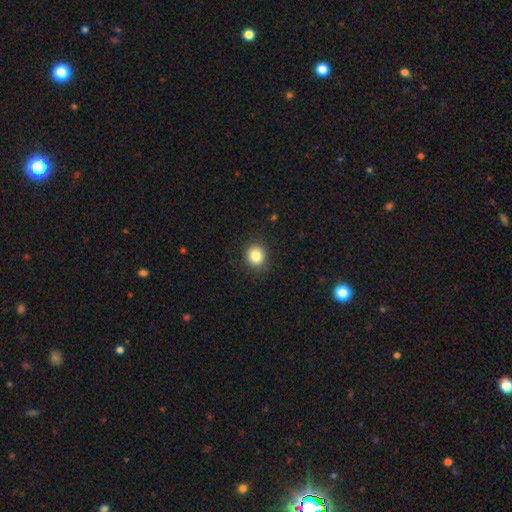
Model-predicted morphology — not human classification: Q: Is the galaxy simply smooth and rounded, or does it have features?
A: smooth — 85%.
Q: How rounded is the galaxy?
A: round — 82%.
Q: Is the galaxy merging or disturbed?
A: none — 89%.